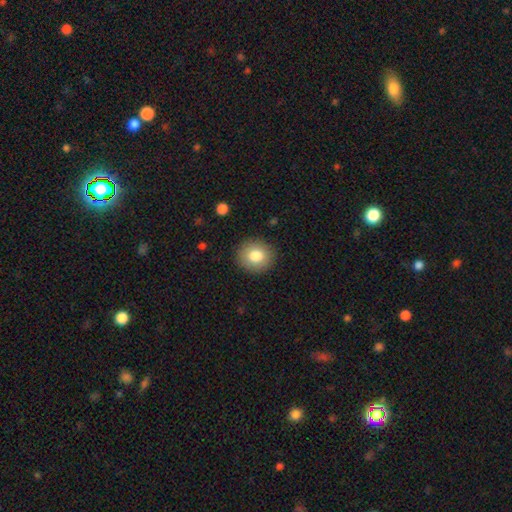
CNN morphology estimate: smooth_or_featured: smooth (p=0.80) [alt: featured or disk p=0.11]
how_rounded: round (p=0.81) [alt: in between p=0.18]
merging: none (p=0.89) [alt: minor disturbance p=0.07]